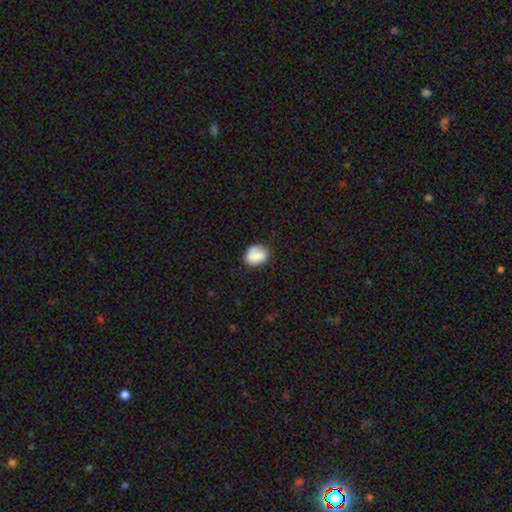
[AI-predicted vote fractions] This is clearly a smooth galaxy (84%). How rounded: possibly round (52%). Merging: likely none (72%).